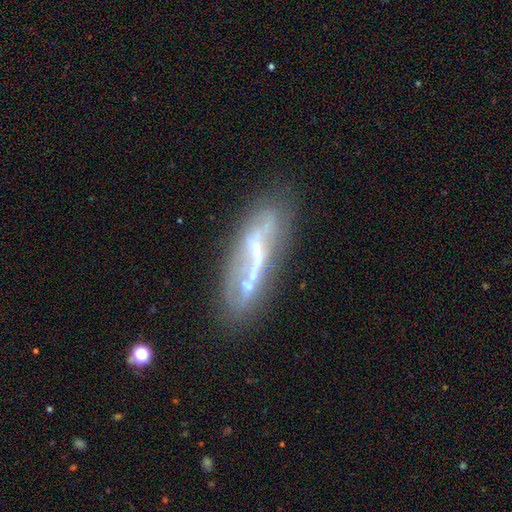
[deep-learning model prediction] Smooth or featured? featured or disk (67%)
Edge-on disk? no (67%)
Merging? none (55%)